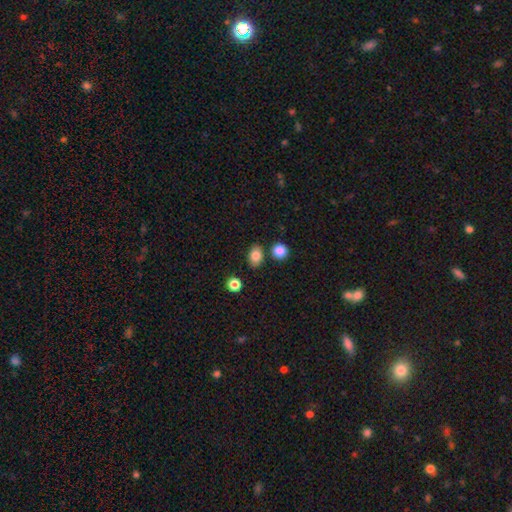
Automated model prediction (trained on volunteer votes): A smooth galaxy with no disk features (83%) that is in between round and cigar-shaped (68%).

Vote fractions:
- Smooth or featured? smooth: 83% / star or artifact: 10% / featured or disk: 7%
- How rounded? in between: 68% / round: 31% / cigar-shaped: 1%
- Merging? none: 80% / minor disturbance: 10% / merger: 7% / major disturbance: 3%